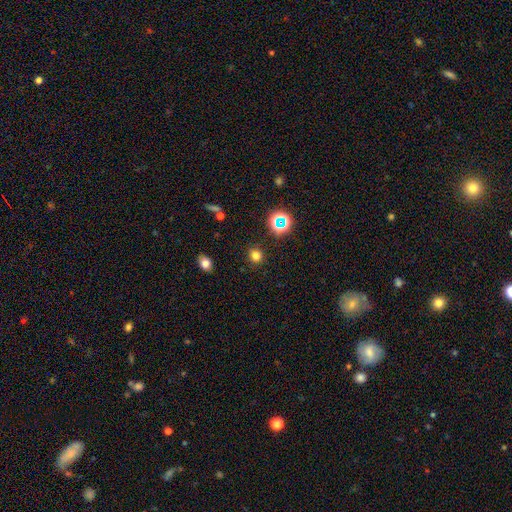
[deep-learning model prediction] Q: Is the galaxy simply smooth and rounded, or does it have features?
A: smooth — 75%.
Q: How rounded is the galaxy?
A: round — 85%.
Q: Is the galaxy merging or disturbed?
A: none — 89%.